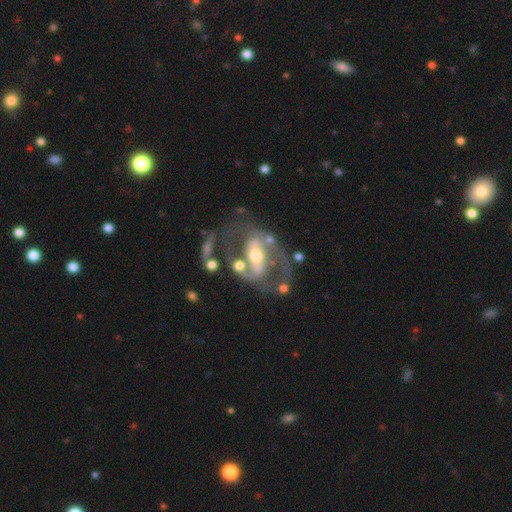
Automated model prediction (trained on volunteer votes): Morphology: type=featured or disk (85%); edge-on=no (95%); bar=strong (53%); spiral arms=yes (82%); winding=medium (52%); arm count=2 (85%); bulge=moderate (61%); merging=none (57%).